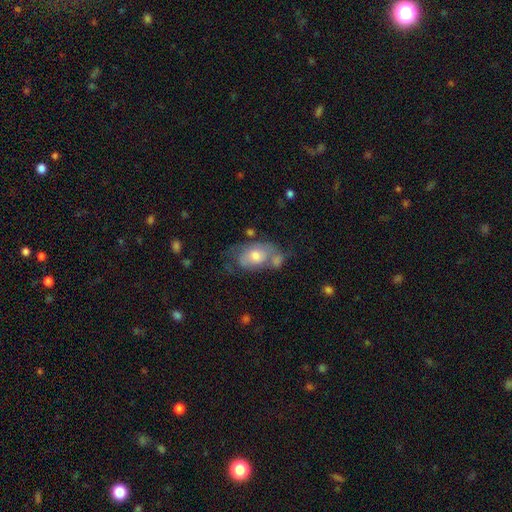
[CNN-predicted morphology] smooth 52%, featured or disk 41%, star or artifact 8%. Down the decision tree: how rounded — in between (84%); merging — none (35%).